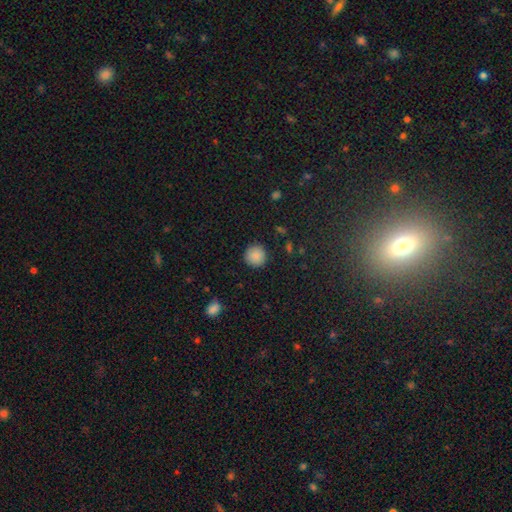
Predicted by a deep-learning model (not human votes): Smooth or featured? Predicted: smooth (p=0.88). How rounded? Predicted: round (p=0.95). Merging? Predicted: none (p=0.91).